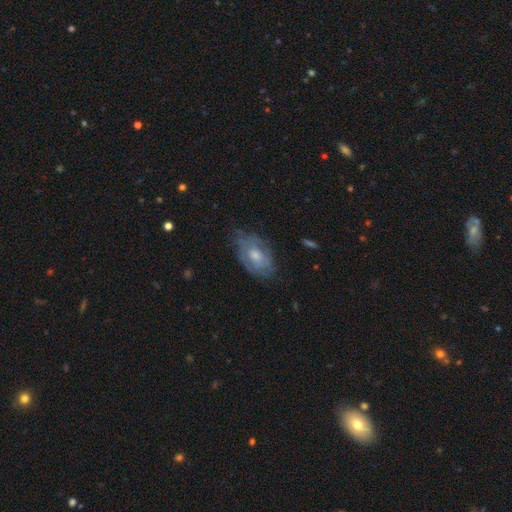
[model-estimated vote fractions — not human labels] Q: Smooth or featured?
A: featured or disk (58%); runner-up: smooth (35%)
Q: Edge-on disk?
A: no (94%); runner-up: yes (6%)
Q: Bar?
A: no (77%); runner-up: weak (20%)
Q: Spiral arms?
A: yes (65%); runner-up: no (35%)
Q: Bulge size?
A: moderate (60%); runner-up: small (25%)
Q: Merging?
A: none (61%); runner-up: minor disturbance (27%)